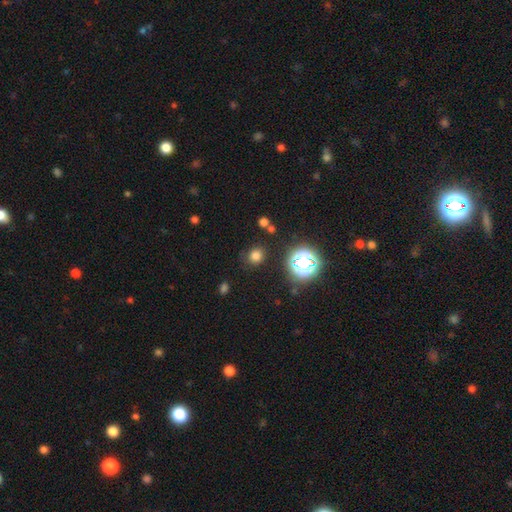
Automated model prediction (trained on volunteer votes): smooth 72%, star or artifact 23%, featured or disk 6%. Down the decision tree: how rounded — round (85%); merging — none (84%).